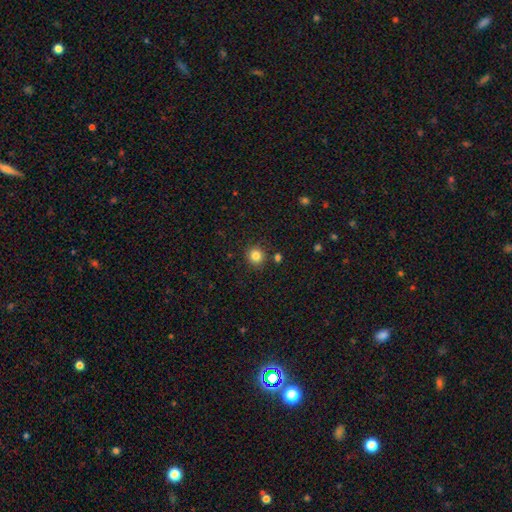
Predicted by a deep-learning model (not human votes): Smooth or featured?
  - smooth: 83% *
  - star or artifact: 12%
  - featured or disk: 5%
How rounded?
  - round: 92% *
  - in between: 7%
  - cigar-shaped: 1%
Merging?
  - none: 87% *
  - minor disturbance: 7%
  - merger: 4%
  - major disturbance: 2%